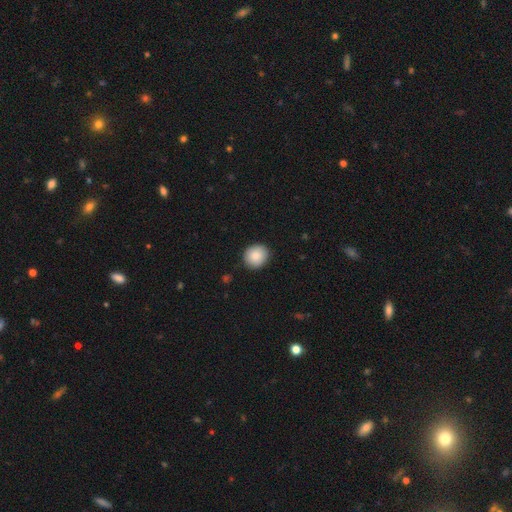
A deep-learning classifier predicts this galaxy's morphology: A smooth galaxy with no disk features (86%) that is round (80%).

Vote fractions:
- Smooth or featured? smooth: 86% / star or artifact: 7% / featured or disk: 7%
- How rounded? round: 80% / in between: 19% / cigar-shaped: 1%
- Merging? none: 88% / minor disturbance: 9% / major disturbance: 2% / merger: 1%